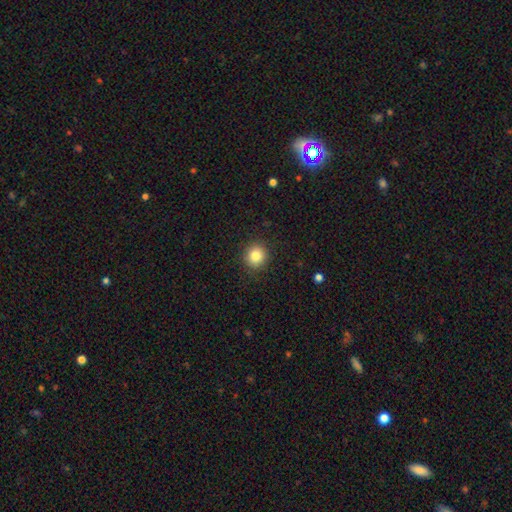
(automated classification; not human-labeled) Smooth or featured? smooth (83%)
How rounded? round (90%)
Merging? none (90%)